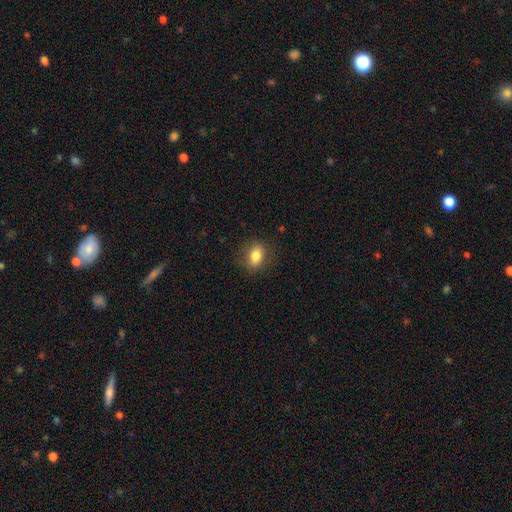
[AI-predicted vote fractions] Overall: smooth (81%). How rounded: in between (66%; round 32%). Merging: none (83%).